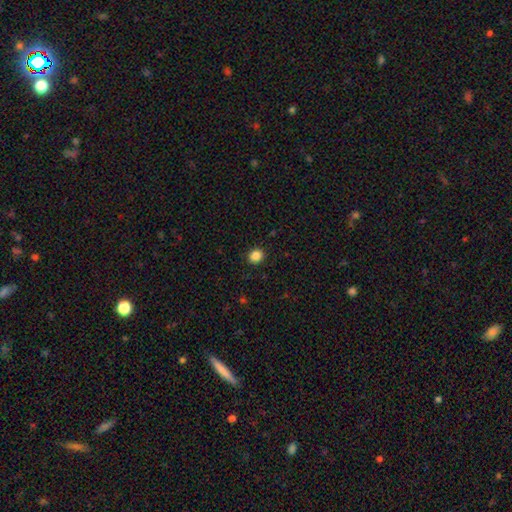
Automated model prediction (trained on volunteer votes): The model was most divided on "how rounded": round: 79%, in between: 20%, cigar-shaped: 1%. More confident: merging — none (91%); smooth or featured — smooth (86%).